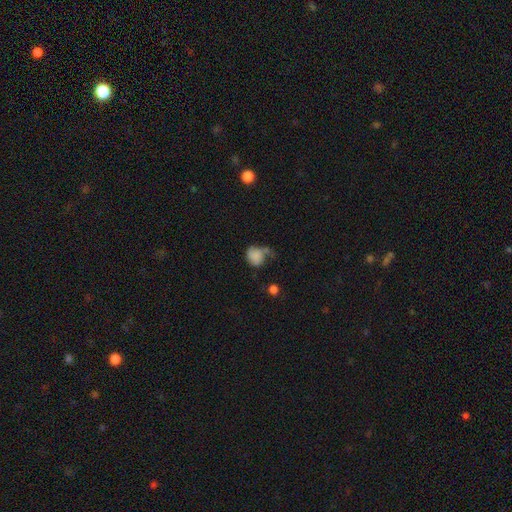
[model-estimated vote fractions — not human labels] Smooth or featured? smooth (76%)
How rounded? round (62%)
Merging? none (33%)